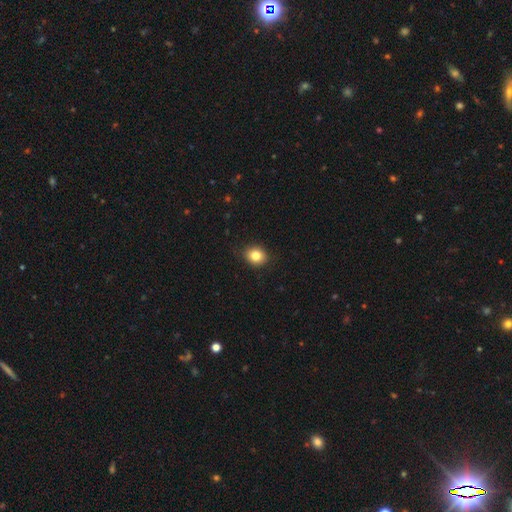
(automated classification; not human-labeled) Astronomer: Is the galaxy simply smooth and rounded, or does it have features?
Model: smooth — 83%.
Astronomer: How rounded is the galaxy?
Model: round — 67%.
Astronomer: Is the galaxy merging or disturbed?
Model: none — 88%.